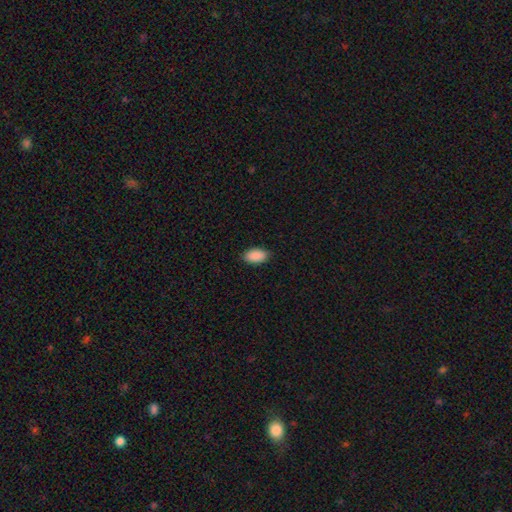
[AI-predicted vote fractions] Q: Smooth or featured?
A: smooth (91%); runner-up: star or artifact (6%)
Q: How rounded?
A: in between (94%); runner-up: round (3%)
Q: Merging?
A: none (88%); runner-up: minor disturbance (9%)